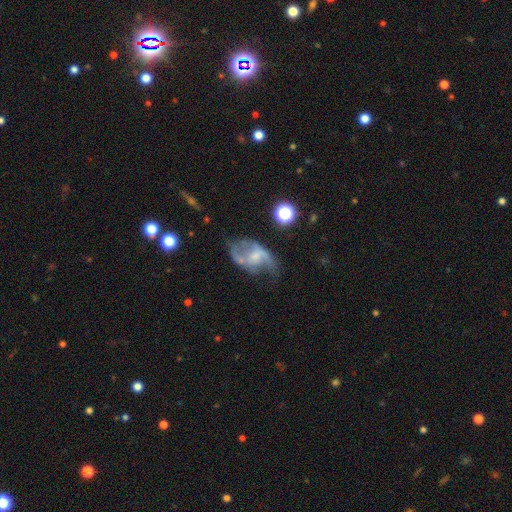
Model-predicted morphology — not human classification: smooth_or_featured: featured or disk (p=0.72) [alt: smooth p=0.18]
disk_edge_on: no (p=0.97) [alt: yes p=0.03]
bar: no (p=0.48) [alt: weak p=0.41]
has_spiral_arms: yes (p=0.79) [alt: no p=0.21]
spiral_winding: loose (p=0.59) [alt: medium p=0.32]
spiral_arm_count: 2 (p=0.78) [alt: can't tell p=0.11]
bulge_size: small (p=0.44) [alt: none p=0.27]
merging: none (p=0.46) [alt: major disturbance p=0.26]